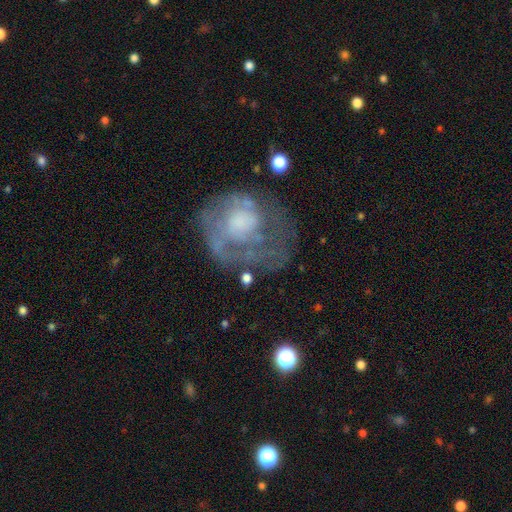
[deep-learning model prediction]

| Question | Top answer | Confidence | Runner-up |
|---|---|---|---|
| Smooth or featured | featured or disk | 62% | smooth (21%) |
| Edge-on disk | no | 97% | yes (3%) |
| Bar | no | 72% | weak (23%) |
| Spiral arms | yes | 66% | no (34%) |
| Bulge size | moderate | 40% | small (32%) |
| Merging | none | 60% | minor disturbance (18%) |